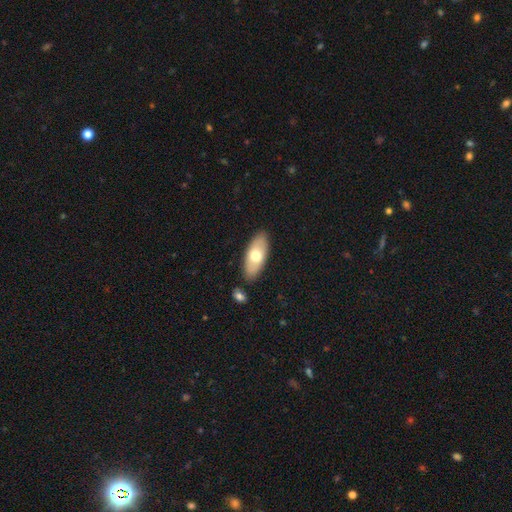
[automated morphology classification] type=smooth (64%); roundness=in between (84%); merging=none (85%).